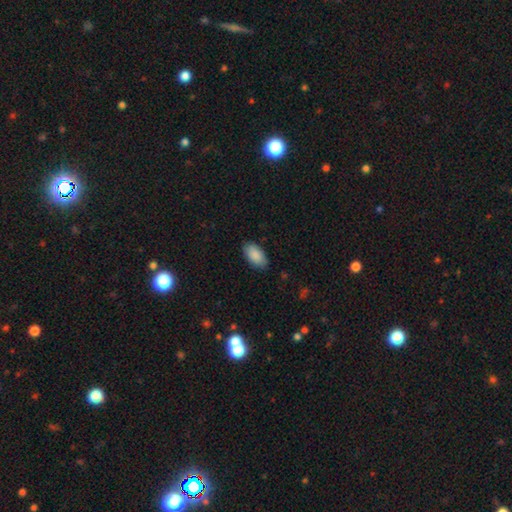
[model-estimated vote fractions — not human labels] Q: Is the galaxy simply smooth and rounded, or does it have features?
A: smooth — 90%.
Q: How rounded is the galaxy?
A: in between — 95%.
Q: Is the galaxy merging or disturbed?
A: none — 85%.